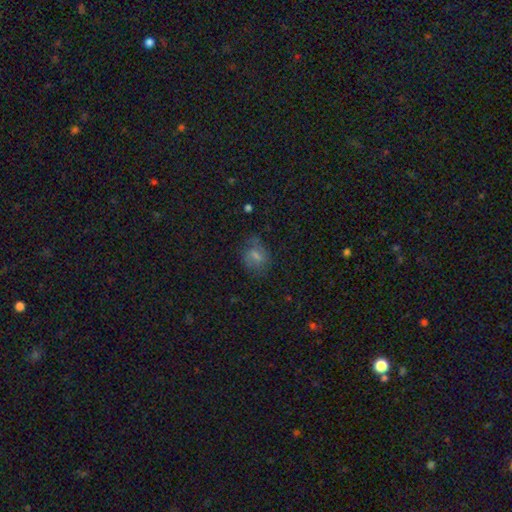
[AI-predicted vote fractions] smooth_or_featured: smooth (p=0.60) [alt: featured or disk p=0.25]
how_rounded: in between (p=0.56) [alt: round p=0.41]
merging: none (p=0.59) [alt: minor disturbance p=0.24]